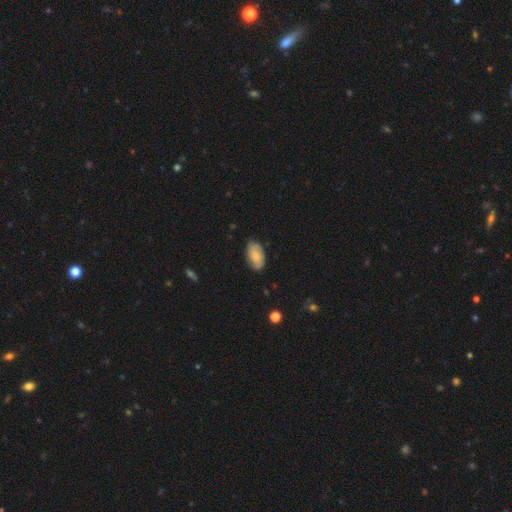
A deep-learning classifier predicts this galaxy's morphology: Q: Smooth or featured?
A: smooth (59%); runner-up: featured or disk (34%)
Q: How rounded?
A: in between (93%); runner-up: round (4%)
Q: Merging?
A: none (80%); runner-up: minor disturbance (16%)